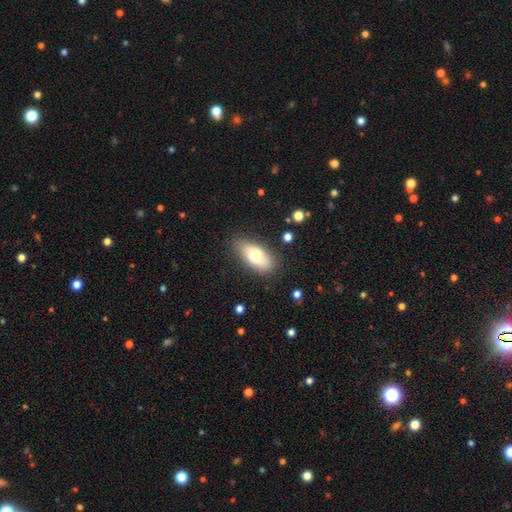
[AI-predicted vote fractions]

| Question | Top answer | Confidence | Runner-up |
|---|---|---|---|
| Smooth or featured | smooth | 76% | featured or disk (17%) |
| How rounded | in between | 89% | cigar-shaped (8%) |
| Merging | none | 78% | minor disturbance (16%) |